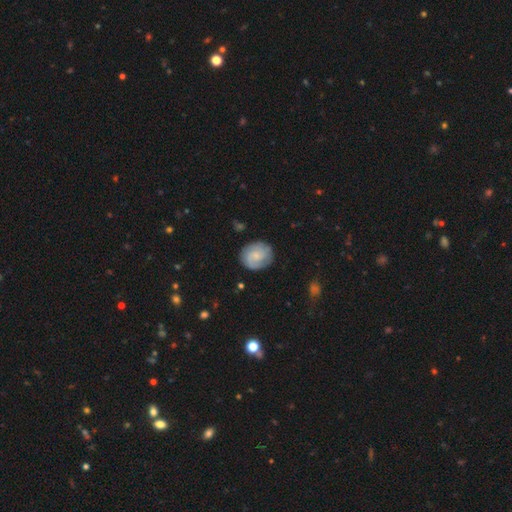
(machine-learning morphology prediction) Smooth or featured? featured or disk (56%)
Edge-on disk? no (98%)
Bar? no (60%)
Spiral arms? yes (91%)
Spiral winding? tight (47%)
Spiral arm count? 2 (52%)
Bulge size? small (55%)
Merging? none (81%)